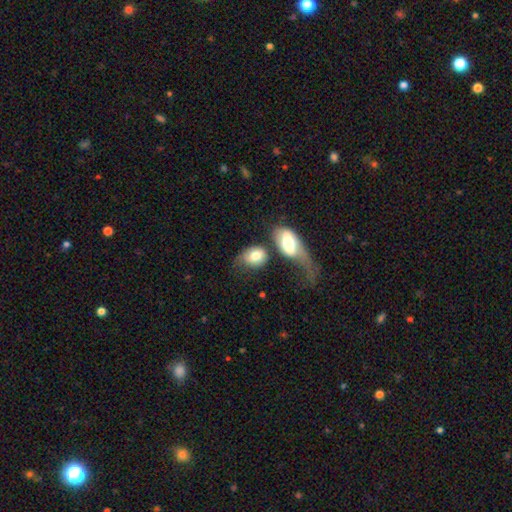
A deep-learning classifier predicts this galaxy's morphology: Smooth or featured: smooth — 72% (featured or disk — 21%)
How rounded: in between — 66% (round — 32%)
Merging: merger — 40% (major disturbance — 24%)